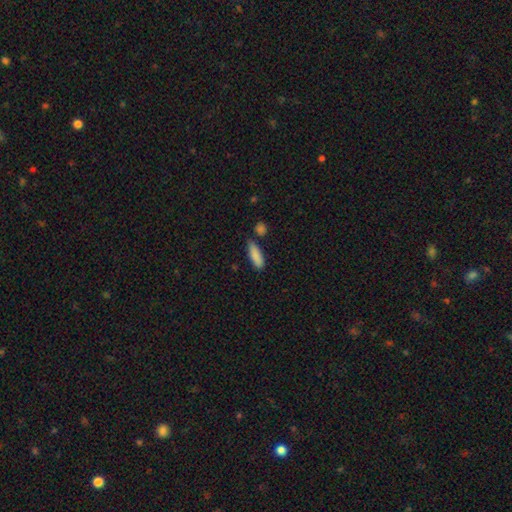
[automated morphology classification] Overall: smooth (87%). How rounded: in between (50%; cigar-shaped 48%). Merging: none (70%).